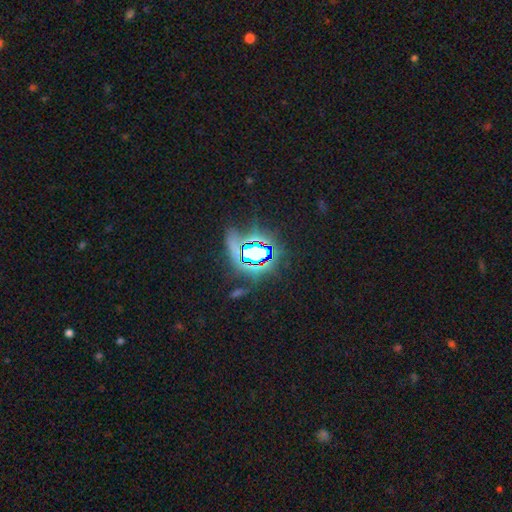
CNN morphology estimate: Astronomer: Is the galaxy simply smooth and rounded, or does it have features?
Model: star or artifact — 80%.